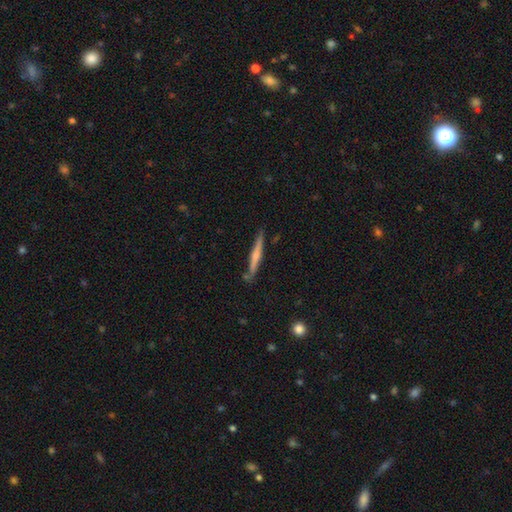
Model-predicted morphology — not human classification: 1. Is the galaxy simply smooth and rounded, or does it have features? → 49% featured or disk, 45% smooth, 6% star or artifact.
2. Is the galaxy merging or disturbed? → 83% none, 11% minor disturbance, 3% merger, 2% major disturbance.